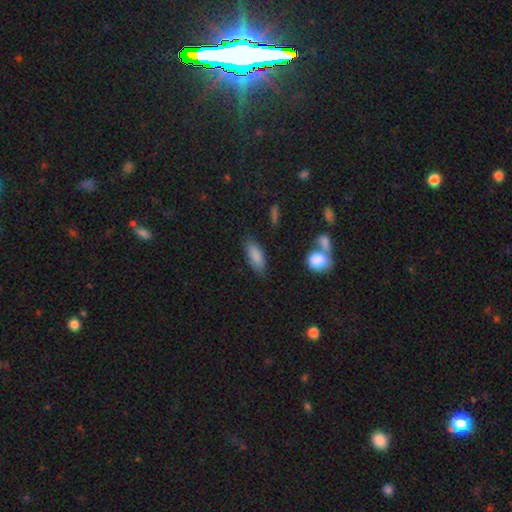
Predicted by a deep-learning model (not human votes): smooth_or_featured: smooth (p=0.85) [alt: featured or disk p=0.08]
how_rounded: in between (p=0.78) [alt: cigar-shaped p=0.19]
merging: none (p=0.79) [alt: minor disturbance p=0.14]